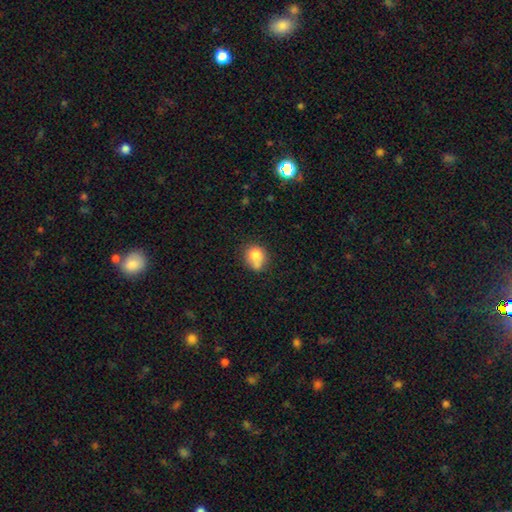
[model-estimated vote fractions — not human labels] This is likely a smooth galaxy (77%). How rounded: likely round (72%). Merging: possibly none (47%).